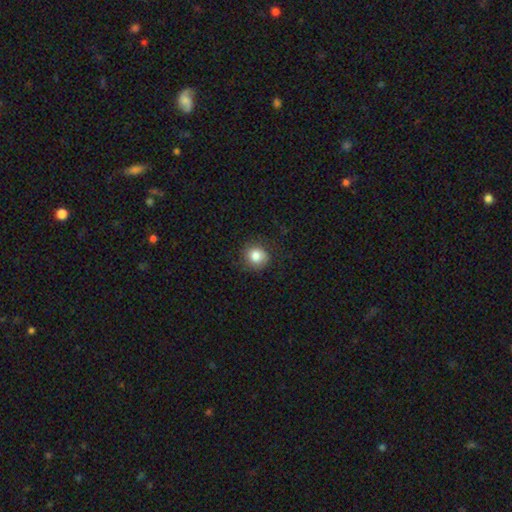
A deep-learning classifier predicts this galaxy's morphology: Smooth or featured?
  - smooth: 82% *
  - star or artifact: 10%
  - featured or disk: 8%
How rounded?
  - round: 87% *
  - in between: 12%
  - cigar-shaped: 1%
Merging?
  - none: 81% *
  - minor disturbance: 13%
  - major disturbance: 5%
  - merger: 1%